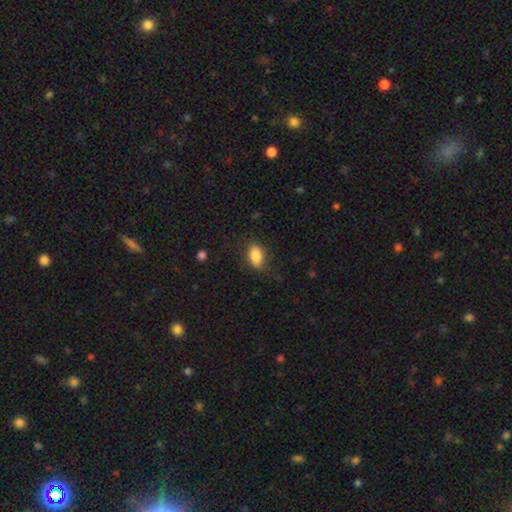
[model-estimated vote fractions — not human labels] smooth_or_featured: smooth (p=0.84) [alt: featured or disk p=0.09]
how_rounded: in between (p=0.86) [alt: round p=0.12]
merging: none (p=0.73) [alt: minor disturbance p=0.19]